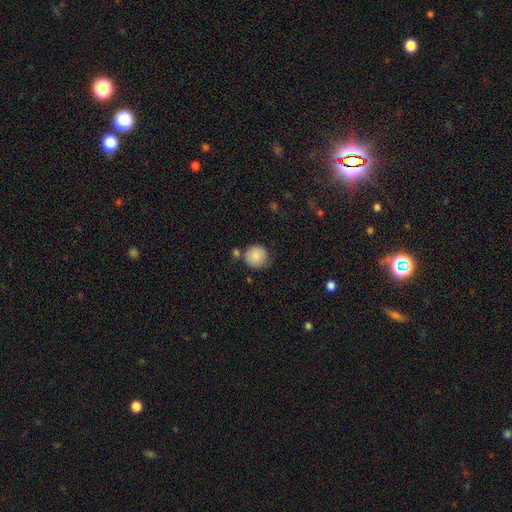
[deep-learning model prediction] smooth 85%, featured or disk 8%, star or artifact 7%. Down the decision tree: how rounded — round (93%); merging — none (70%).